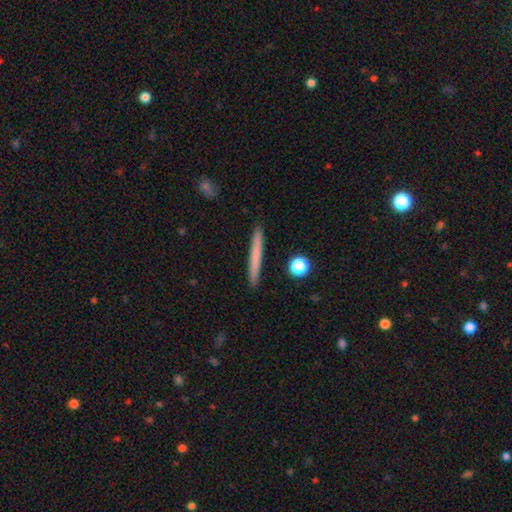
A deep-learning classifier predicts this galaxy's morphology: smooth_or_featured: smooth (p=0.67) [alt: featured or disk p=0.26]
how_rounded: cigar-shaped (p=0.96) [alt: in between p=0.02]
merging: none (p=0.92) [alt: minor disturbance p=0.05]